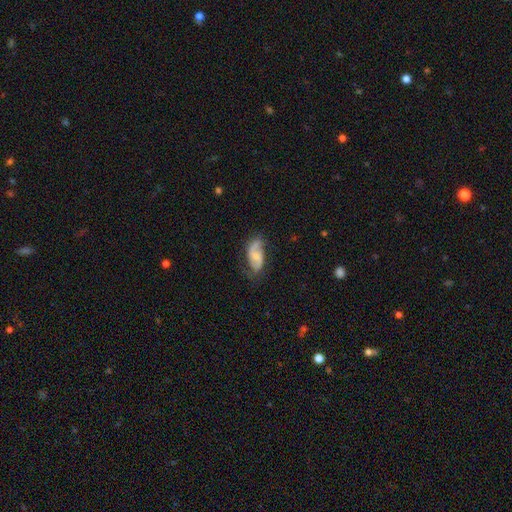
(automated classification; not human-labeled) This is likely a featured or disk galaxy (69%). It is clearly not viewed edge-on (96%). Bar: possibly no (48%). Spiral arm pattern: clearly yes (92%). Spiral arm count: clearly 2 (83%). Spiral winding: marginally loose (44%). Central bulge: possibly small (48%). Merging: likely none (61%).